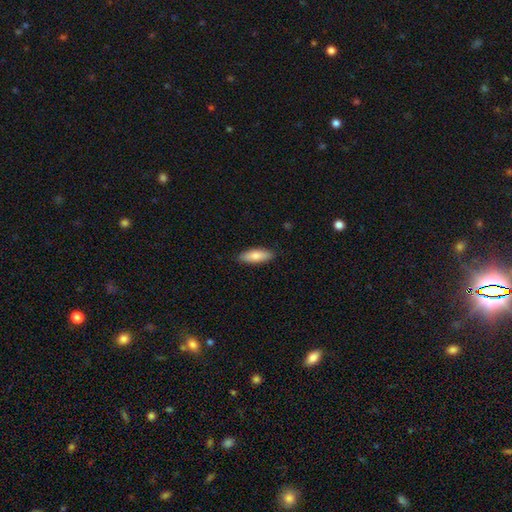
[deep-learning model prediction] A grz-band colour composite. It shows a smooth galaxy with no disk features (81%) that is in between round and cigar-shaped (62%). Merging: none (89%).